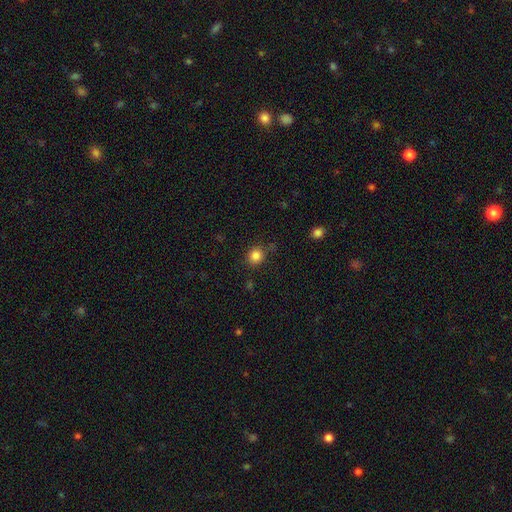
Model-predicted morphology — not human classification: Smooth or featured: smooth — 84% (star or artifact — 12%)
How rounded: round — 83% (in between — 16%)
Merging: none — 82% (minor disturbance — 12%)